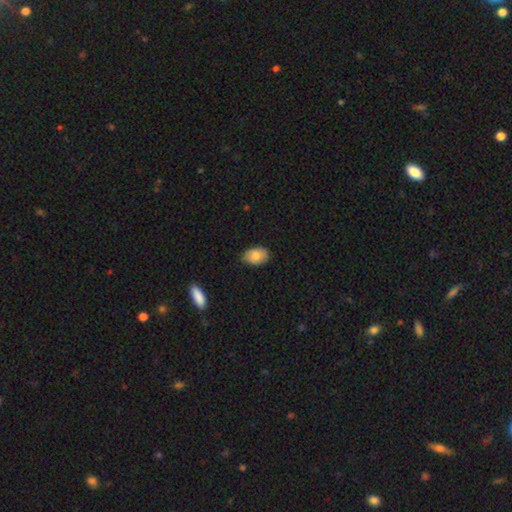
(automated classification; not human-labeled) This appears to be a smooth galaxy with no disk features (83%) that is in between round and cigar-shaped (87%). Merging: none (74%).